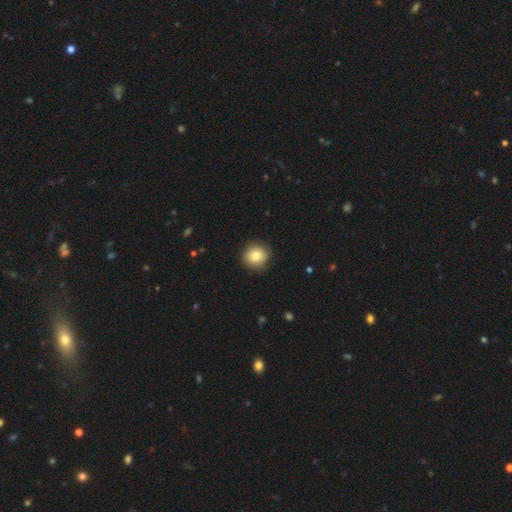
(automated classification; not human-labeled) smooth_or_featured: smooth (p=0.83) [alt: star or artifact p=0.09]
how_rounded: round (p=0.92) [alt: in between p=0.07]
merging: none (p=0.89) [alt: minor disturbance p=0.08]